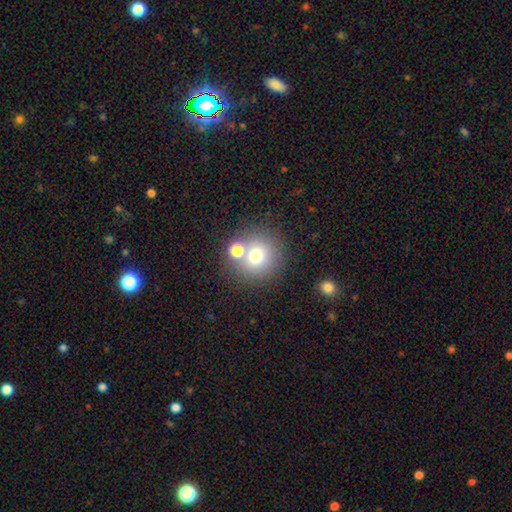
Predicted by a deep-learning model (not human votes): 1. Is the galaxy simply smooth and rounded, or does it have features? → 70% smooth, 16% star or artifact, 14% featured or disk.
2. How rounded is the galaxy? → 92% round, 7% in between, 1% cigar-shaped.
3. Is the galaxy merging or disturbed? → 68% none, 20% merger, 8% minor disturbance, 4% major disturbance.